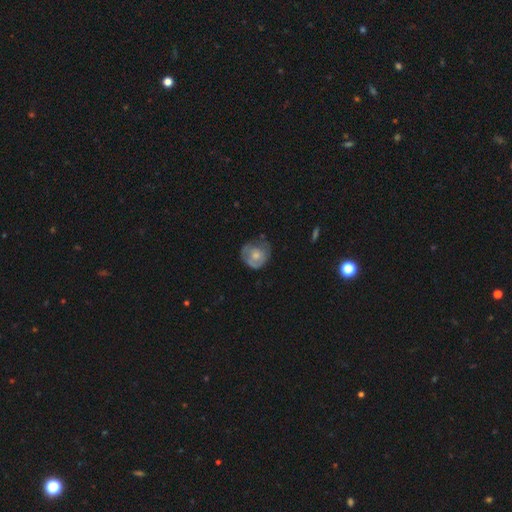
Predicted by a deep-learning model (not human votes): smooth 52%, featured or disk 41%, star or artifact 7%. Down the decision tree: how rounded — round (78%); merging — none (51%).